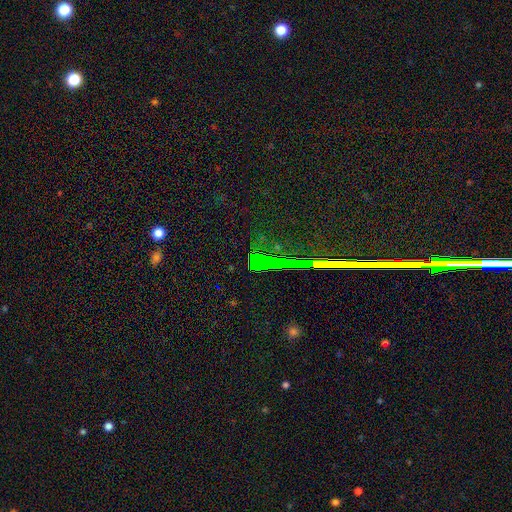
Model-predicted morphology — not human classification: This appears to be a star or artifact, not a galaxy (81%).